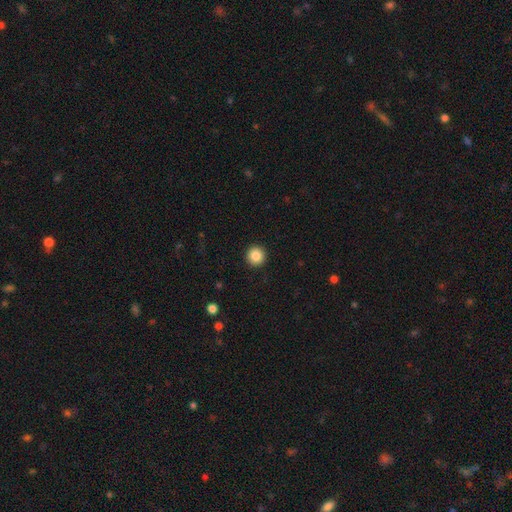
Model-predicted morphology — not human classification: Overall: smooth (87%). How rounded: round (96%). Merging: none (93%).